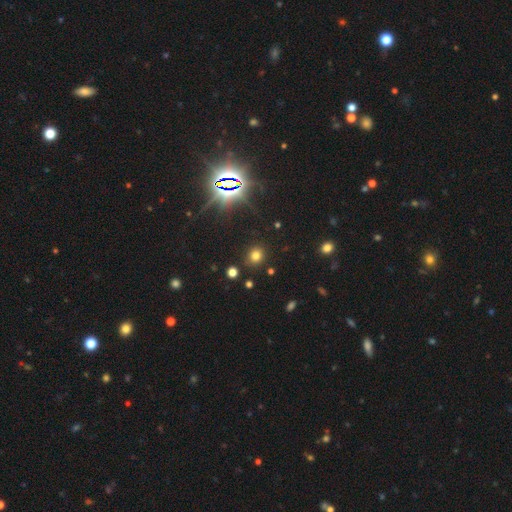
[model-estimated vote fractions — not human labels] A smooth galaxy with no disk features (73%) that is round (79%).

Vote fractions:
- Smooth or featured? smooth: 73% / star or artifact: 21% / featured or disk: 6%
- How rounded? round: 79% / in between: 20% / cigar-shaped: 1%
- Merging? none: 87% / minor disturbance: 7% / major disturbance: 3% / merger: 3%